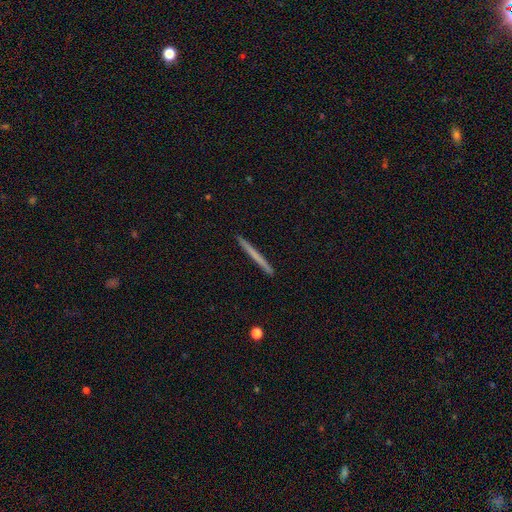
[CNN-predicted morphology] smooth-or-featured: smooth: 56% | featured or disk: 39% | star or artifact: 6%
  how-rounded: cigar-shaped: 97% | in between: 1% | round: 1%
  merging: none: 93% | minor disturbance: 5% | major disturbance: 1% | merger: 1%